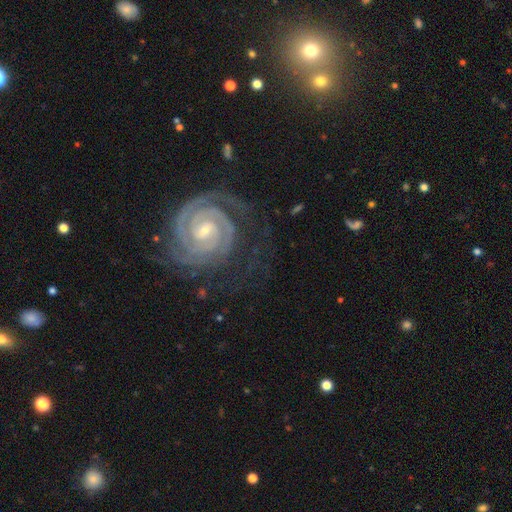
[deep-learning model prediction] smooth_or_featured: featured or disk (p=0.88) [alt: star or artifact p=0.07]
disk_edge_on: no (p=0.98) [alt: yes p=0.02]
bar: no (p=0.58) [alt: weak p=0.29]
has_spiral_arms: yes (p=0.98) [alt: no p=0.02]
spiral_winding: tight (p=0.81) [alt: medium p=0.16]
spiral_arm_count: 2 (p=0.56) [alt: 3 p=0.17]
bulge_size: small (p=0.51) [alt: moderate p=0.45]
merging: none (p=0.73) [alt: minor disturbance p=0.16]